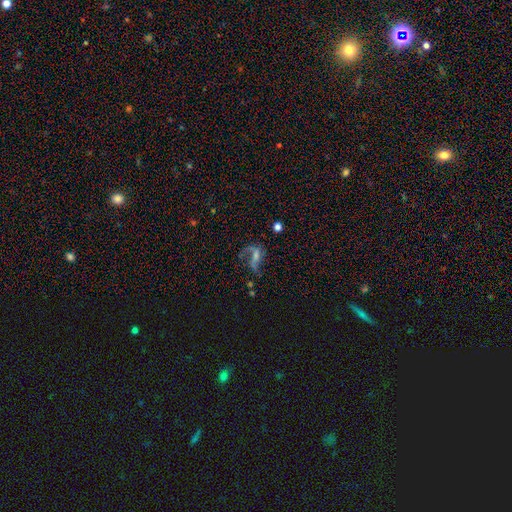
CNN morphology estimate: featured or disk 68%, star or artifact 16%, smooth 16%. Down the decision tree: edge-on disk — no (94%); bar — no (43%); spiral arms — yes (80%); spiral arm count — 2 (59%); spiral winding — loose (74%); bulge size — small (43%); merging — none (40%).